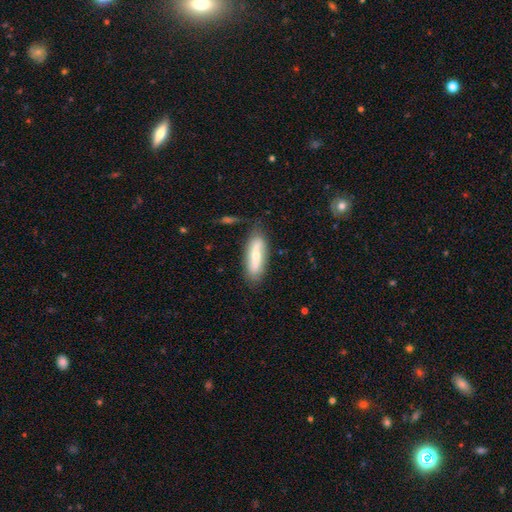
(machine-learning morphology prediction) This appears to be a featured or disk galaxy (50%). Merging: none (78%).